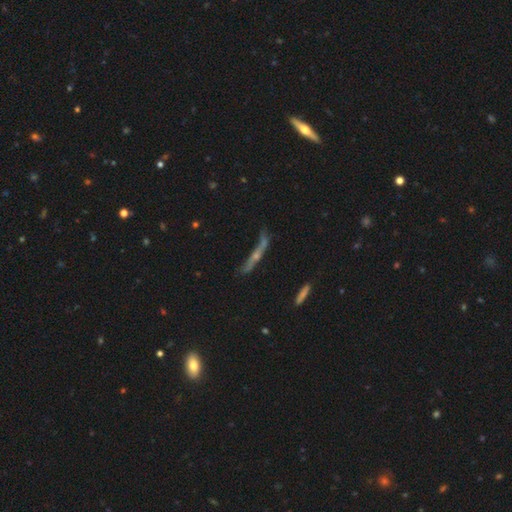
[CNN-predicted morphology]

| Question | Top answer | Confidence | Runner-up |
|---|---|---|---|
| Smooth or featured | featured or disk | 60% | smooth (26%) |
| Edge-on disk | yes | 79% | no (21%) |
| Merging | none | 52% | minor disturbance (24%) |